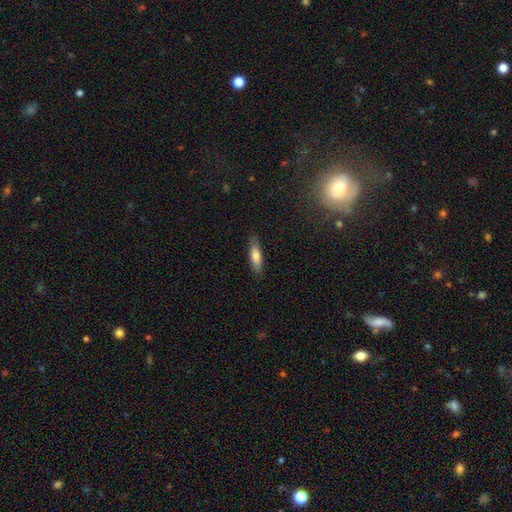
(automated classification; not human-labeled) A smooth galaxy with no disk features (76%) that is cigar-shaped (54%). Merging: none (84%).